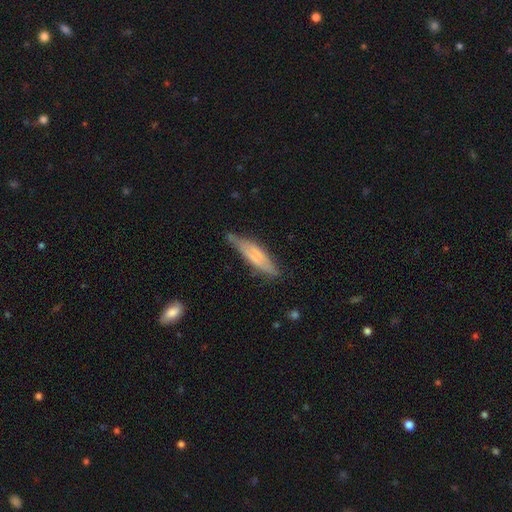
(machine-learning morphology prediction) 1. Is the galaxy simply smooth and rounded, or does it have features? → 52% smooth, 41% featured or disk, 7% star or artifact.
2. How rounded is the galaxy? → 75% cigar-shaped, 23% in between, 2% round.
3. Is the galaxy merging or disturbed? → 64% none, 27% minor disturbance, 7% major disturbance, 3% merger.